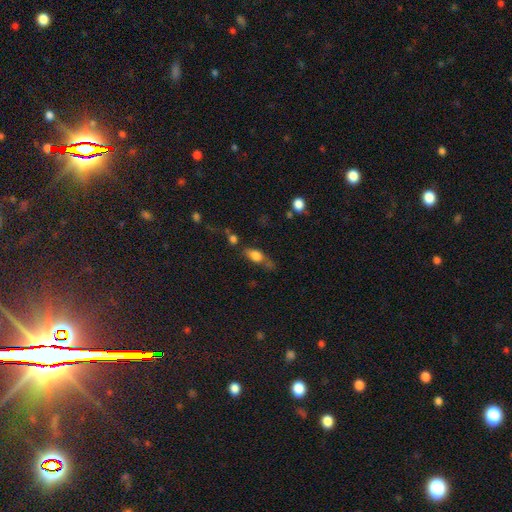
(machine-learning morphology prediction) This is likely a smooth galaxy (66%). How rounded: likely in between (70%). Merging: possibly none (45%).